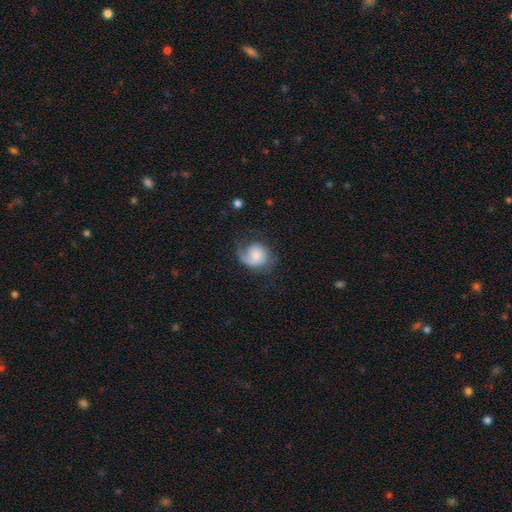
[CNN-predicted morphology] This is likely a featured or disk galaxy (60%). It is clearly not viewed edge-on (97%). Bar: likely no (72%). Spiral arm pattern: clearly yes (90%). Spiral arm count: likely 1 (72%). Spiral winding: marginally medium (37%). Central bulge: marginally small (40%). Merging: possibly none (52%).